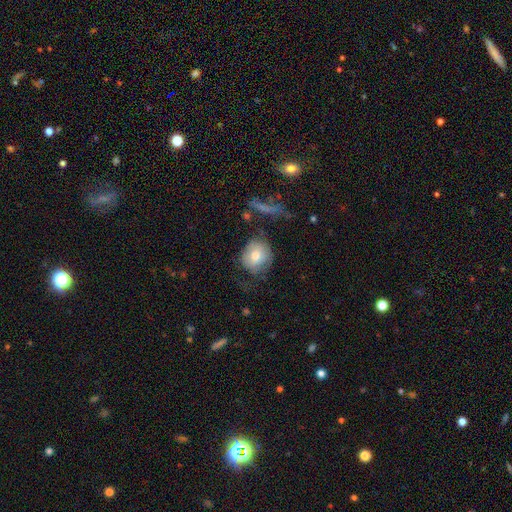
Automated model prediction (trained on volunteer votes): smooth 70%, featured or disk 23%, star or artifact 7%. Down the decision tree: how rounded — round (81%); merging — none (55%).